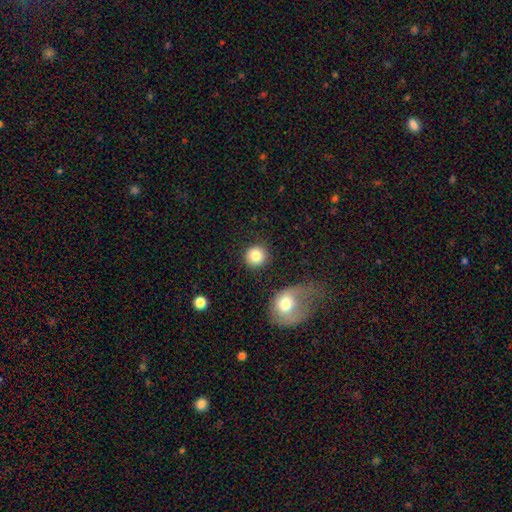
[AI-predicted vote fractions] Smooth or featured?
  - smooth: 84% *
  - star or artifact: 9%
  - featured or disk: 8%
How rounded?
  - round: 92% *
  - in between: 7%
  - cigar-shaped: 1%
Merging?
  - none: 82% *
  - minor disturbance: 9%
  - merger: 5%
  - major disturbance: 4%